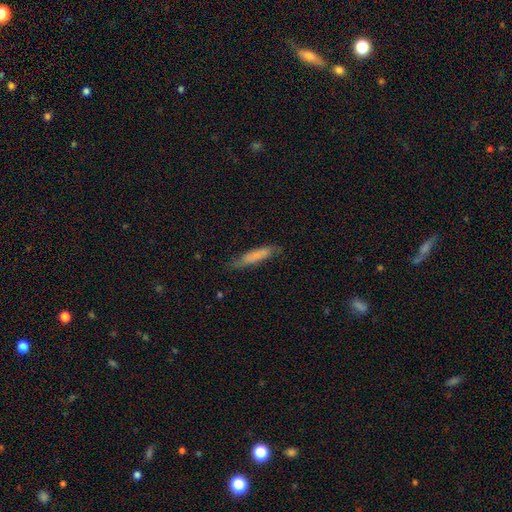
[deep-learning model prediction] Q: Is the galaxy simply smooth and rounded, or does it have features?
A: smooth — 68%.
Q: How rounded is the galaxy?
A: cigar-shaped — 85%.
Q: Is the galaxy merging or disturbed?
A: none — 67%.